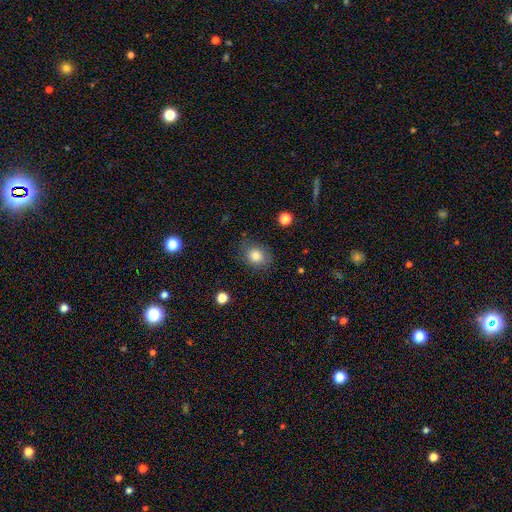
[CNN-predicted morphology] smooth-or-featured: smooth: 82% | star or artifact: 10% | featured or disk: 9%
  how-rounded: round: 56% | in between: 43% | cigar-shaped: 1%
  merging: none: 77% | minor disturbance: 16% | major disturbance: 5% | merger: 2%